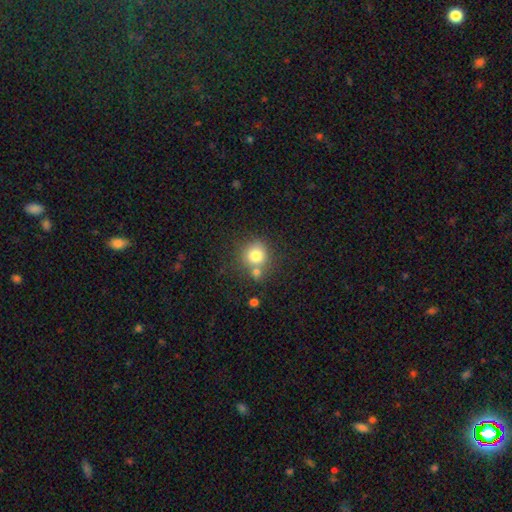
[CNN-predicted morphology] Smooth or featured: smooth — 78% (star or artifact — 12%)
How rounded: round — 89% (in between — 10%)
Merging: none — 58% (merger — 27%)